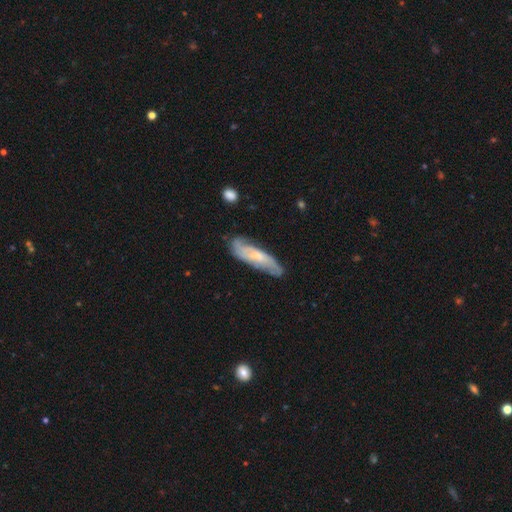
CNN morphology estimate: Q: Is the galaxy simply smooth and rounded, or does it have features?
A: featured or disk — 57%.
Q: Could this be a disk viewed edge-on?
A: no — 72%.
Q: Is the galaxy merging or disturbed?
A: none — 69%.